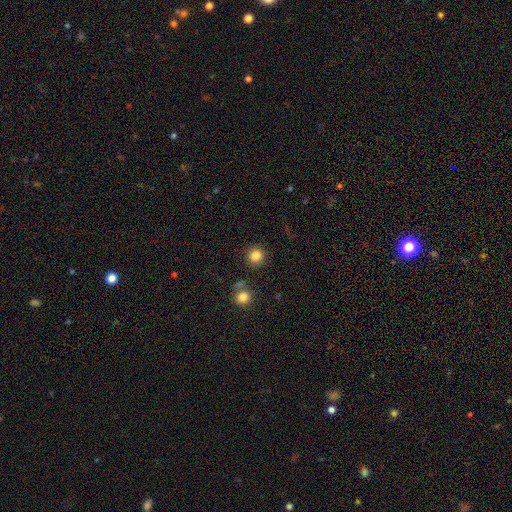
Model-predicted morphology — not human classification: smooth 84%, star or artifact 12%, featured or disk 5%. Down the decision tree: how rounded — round (93%); merging — none (87%).